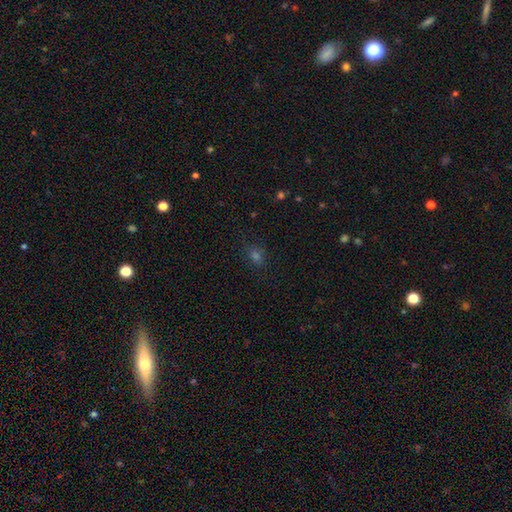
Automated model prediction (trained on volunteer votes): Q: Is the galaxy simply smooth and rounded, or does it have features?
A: smooth — 61%.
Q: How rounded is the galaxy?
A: round — 55%.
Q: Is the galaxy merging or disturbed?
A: none — 84%.